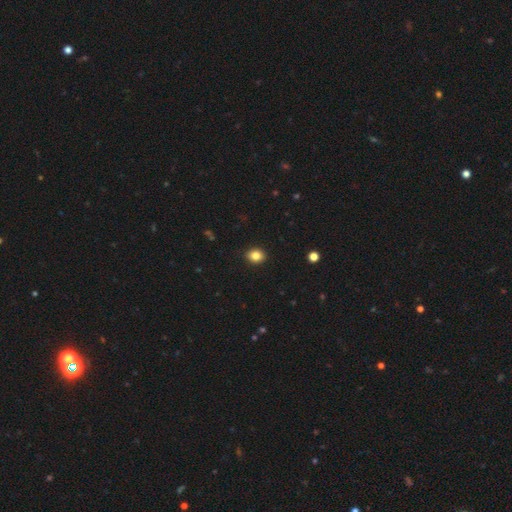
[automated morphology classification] Smooth or featured?
  - smooth: 85% *
  - star or artifact: 10%
  - featured or disk: 5%
How rounded?
  - round: 60% *
  - in between: 39%
  - cigar-shaped: 1%
Merging?
  - none: 91% *
  - minor disturbance: 7%
  - major disturbance: 2%
  - merger: 1%